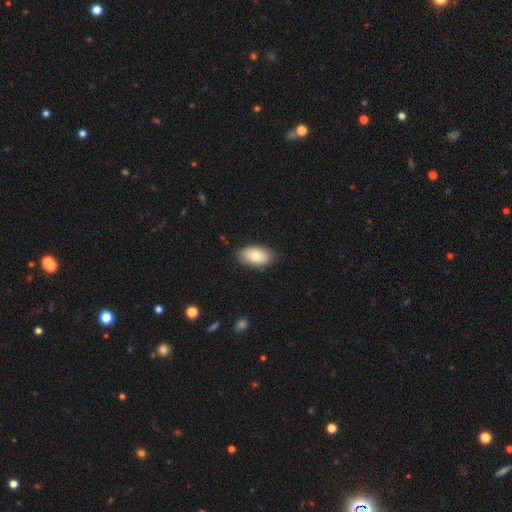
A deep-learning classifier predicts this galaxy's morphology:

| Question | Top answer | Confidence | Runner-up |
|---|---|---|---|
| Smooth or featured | smooth | 78% | featured or disk (15%) |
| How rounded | in between | 94% | round (4%) |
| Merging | none | 85% | minor disturbance (11%) |